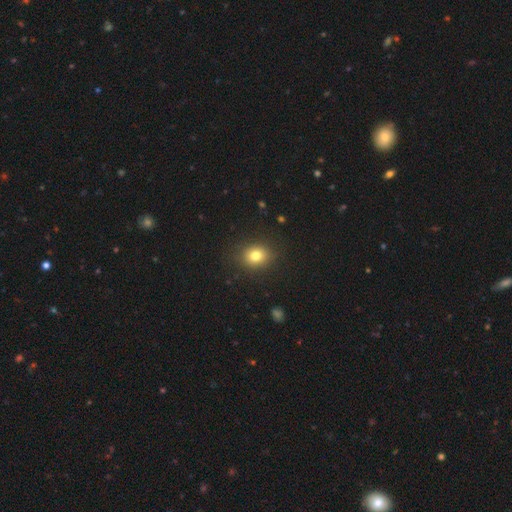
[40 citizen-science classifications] Overall: smooth (85%). How rounded: in between (53%; round 47%). Merging: none (87%).